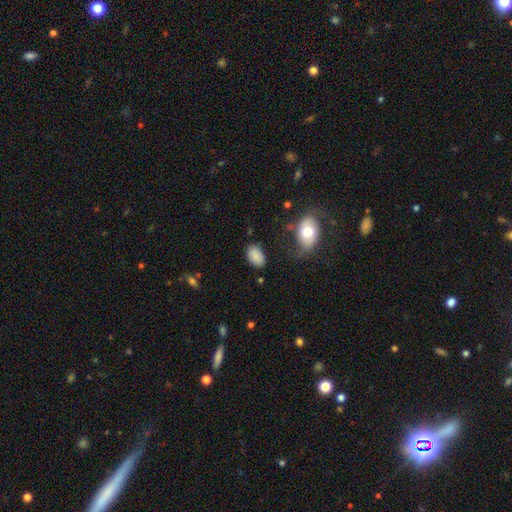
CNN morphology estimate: Overall: smooth (85%). How rounded: in between (90%). Merging: none (76%).